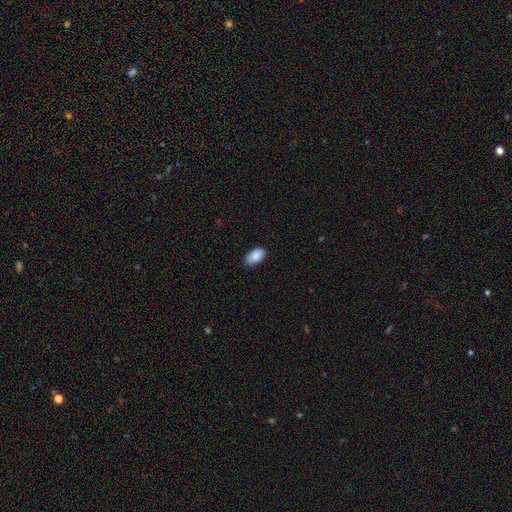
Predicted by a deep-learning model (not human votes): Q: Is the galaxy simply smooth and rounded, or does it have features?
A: smooth — 88%.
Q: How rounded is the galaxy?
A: in between — 94%.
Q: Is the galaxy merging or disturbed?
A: none — 86%.